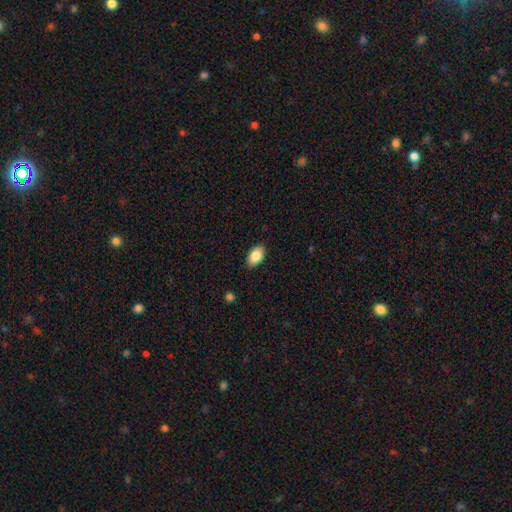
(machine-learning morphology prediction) smooth_or_featured: smooth (p=0.85) [alt: featured or disk p=0.08]
how_rounded: in between (p=0.92) [alt: round p=0.07]
merging: none (p=0.88) [alt: minor disturbance p=0.09]